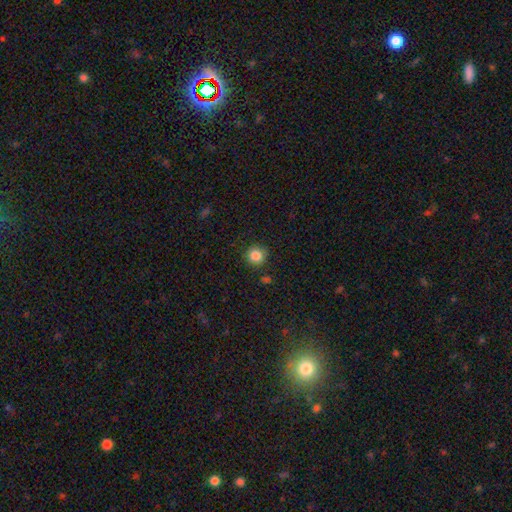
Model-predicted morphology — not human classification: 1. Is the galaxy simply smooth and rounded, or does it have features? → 85% smooth, 11% star or artifact, 5% featured or disk.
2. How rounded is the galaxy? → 93% round, 6% in between, 1% cigar-shaped.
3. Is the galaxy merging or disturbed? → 88% none, 8% minor disturbance, 2% major disturbance, 2% merger.